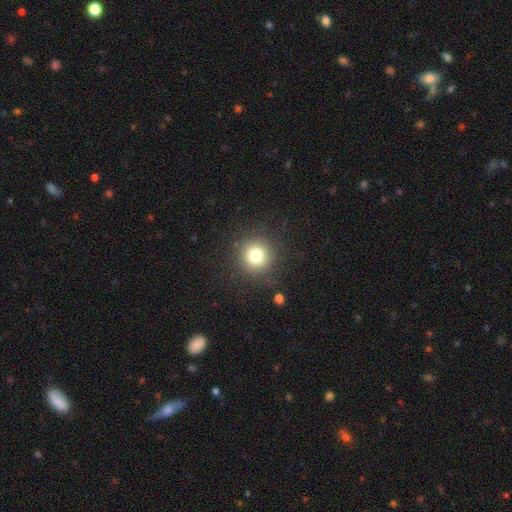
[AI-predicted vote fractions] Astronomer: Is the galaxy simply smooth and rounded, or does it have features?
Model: smooth — 78%.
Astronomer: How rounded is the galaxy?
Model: round — 94%.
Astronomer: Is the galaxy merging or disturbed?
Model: none — 88%.